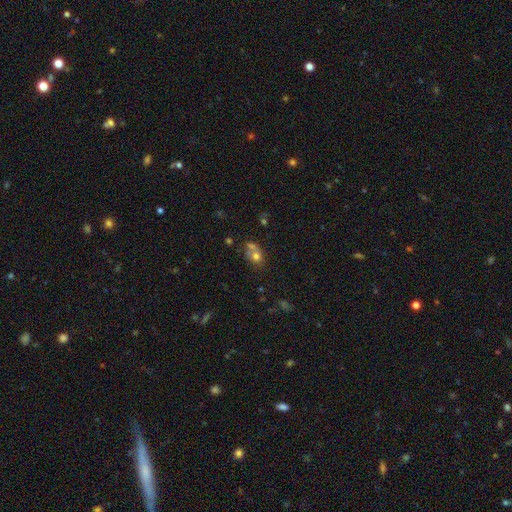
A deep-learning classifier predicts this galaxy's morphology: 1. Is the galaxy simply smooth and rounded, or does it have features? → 66% smooth, 20% featured or disk, 15% star or artifact.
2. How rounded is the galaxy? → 57% round, 41% in between, 1% cigar-shaped.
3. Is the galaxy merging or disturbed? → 46% merger, 32% none, 13% minor disturbance, 9% major disturbance.